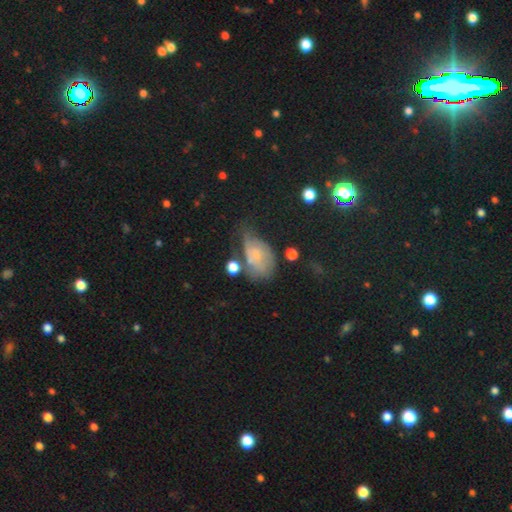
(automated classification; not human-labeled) smooth-or-featured: smooth: 52% | featured or disk: 35% | star or artifact: 13%
  how-rounded: in between: 82% | round: 16% | cigar-shaped: 2%
  merging: minor disturbance: 34% | none: 29% | major disturbance: 26% | merger: 10%